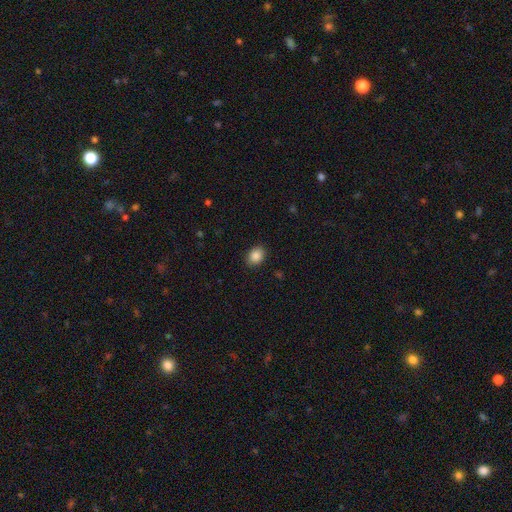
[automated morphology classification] Smooth or featured?
  - smooth: 87% *
  - star or artifact: 9%
  - featured or disk: 4%
How rounded?
  - in between: 59% *
  - round: 40%
  - cigar-shaped: 1%
Merging?
  - none: 88% *
  - minor disturbance: 8%
  - major disturbance: 2%
  - merger: 1%